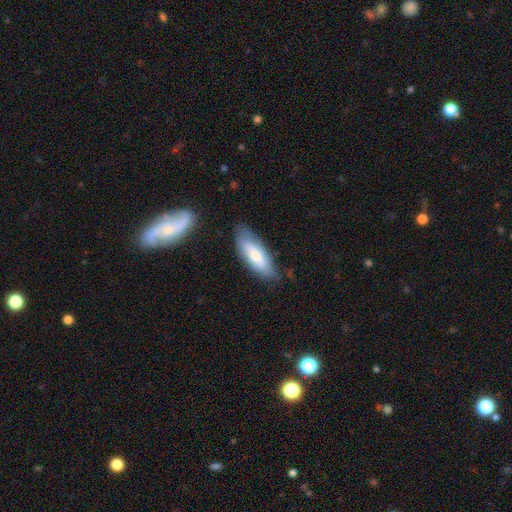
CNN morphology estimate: The model was most divided on "how rounded": in between: 66%, cigar-shaped: 32%, round: 2%. More confident: merging — none (70%); smooth or featured — smooth (67%).